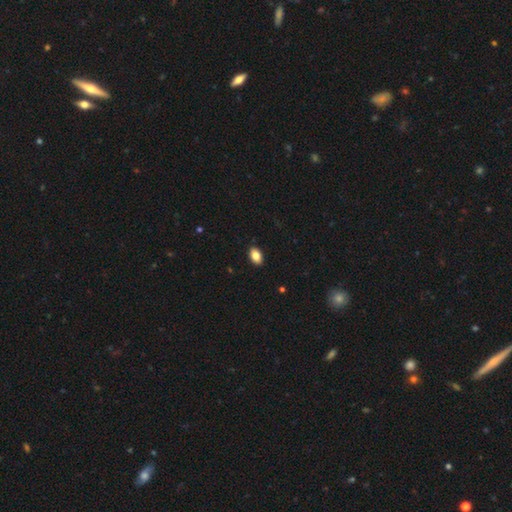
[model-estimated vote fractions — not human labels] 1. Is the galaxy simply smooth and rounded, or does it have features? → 85% smooth, 8% star or artifact, 7% featured or disk.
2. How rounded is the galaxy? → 90% in between, 8% round, 2% cigar-shaped.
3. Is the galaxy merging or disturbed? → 90% none, 8% minor disturbance, 2% major disturbance, 1% merger.